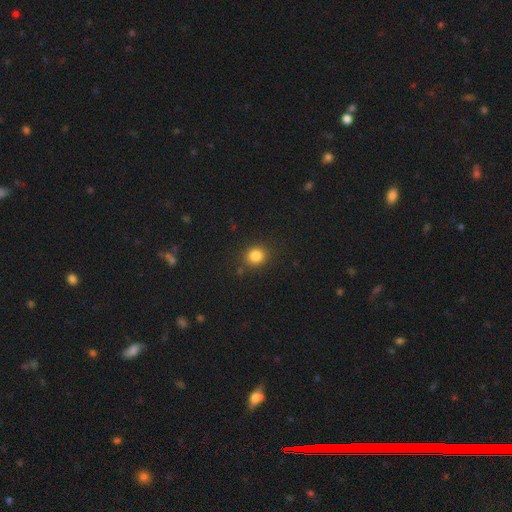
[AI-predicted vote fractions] smooth 83%, star or artifact 12%, featured or disk 5%. Down the decision tree: how rounded — round (79%); merging — none (85%).